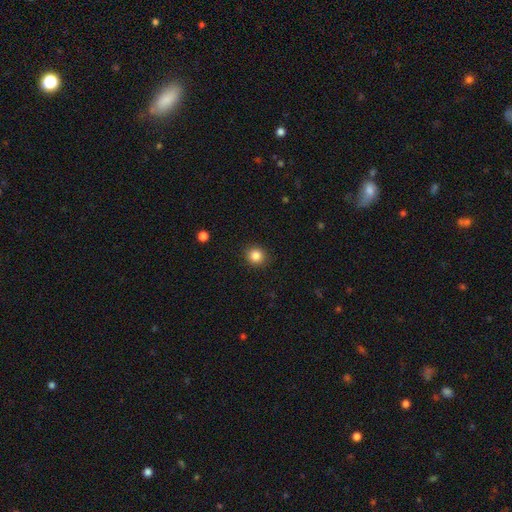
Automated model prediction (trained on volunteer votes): This is clearly a smooth galaxy (85%). How rounded: clearly round (89%). Merging: clearly none (90%).